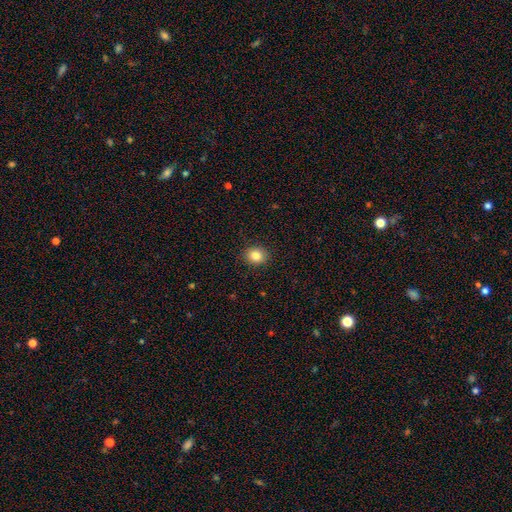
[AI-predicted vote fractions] Smooth or featured? smooth (83%)
How rounded? round (68%)
Merging? none (90%)